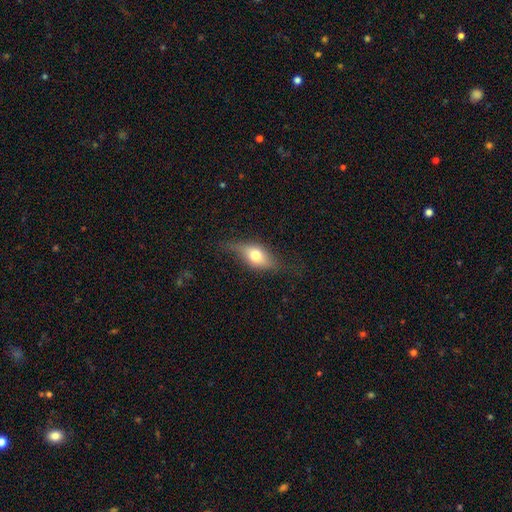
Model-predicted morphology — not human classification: Smooth or featured? smooth (54%)
How rounded? in between (77%)
Merging? none (61%)